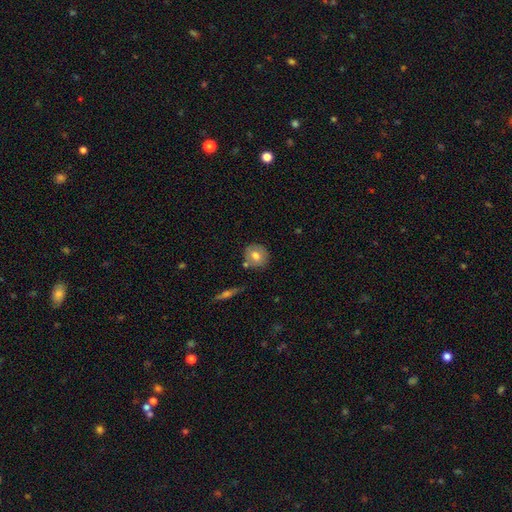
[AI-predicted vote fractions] smooth 70%, featured or disk 22%, star or artifact 8%. Down the decision tree: how rounded — round (83%); merging — none (77%).